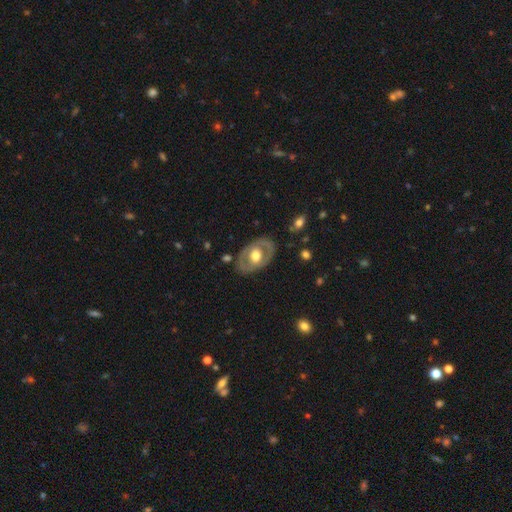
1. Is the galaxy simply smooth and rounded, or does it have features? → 53% featured or disk, 47% smooth, 0% star or artifact.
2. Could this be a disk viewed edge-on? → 84% no, 16% yes.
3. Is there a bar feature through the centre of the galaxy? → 81% no, 19% weak, 0% strong.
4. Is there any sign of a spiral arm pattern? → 88% no, 12% yes.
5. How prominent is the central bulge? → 75% moderate, 25% large, 0% dominant, 0% small, 0% none.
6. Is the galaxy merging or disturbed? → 83% none, 8% major disturbance, 6% minor disturbance, 3% merger.